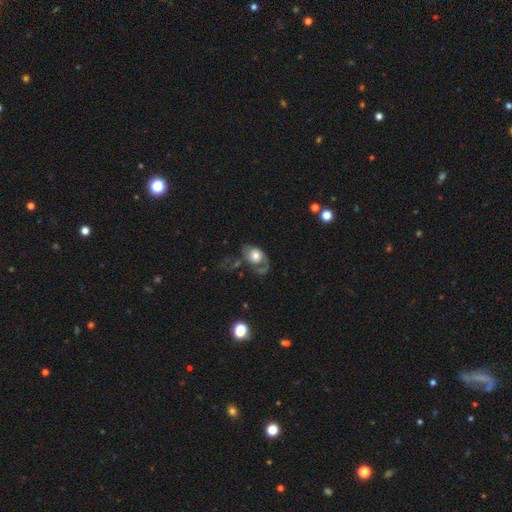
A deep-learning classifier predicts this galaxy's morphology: Smooth or featured?
  - featured or disk: 60% *
  - smooth: 33%
  - star or artifact: 7%
Edge-on disk?
  - no: 95% *
  - yes: 5%
Bar?
  - no: 79% *
  - weak: 17%
  - strong: 4%
Spiral arms?
  - yes: 74% *
  - no: 26%
Bulge size?
  - moderate: 57% *
  - large: 25%
  - small: 13%
  - dominant: 3%
  - none: 2%
Merging?
  - major disturbance: 39% *
  - none: 33%
  - minor disturbance: 19%
  - merger: 9%